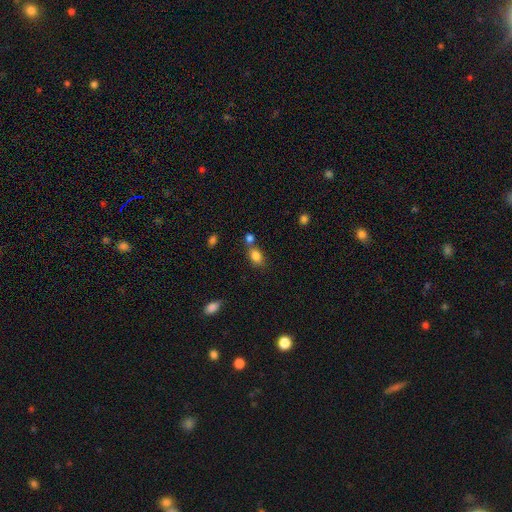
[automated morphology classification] smooth-or-featured: smooth: 83% | star or artifact: 10% | featured or disk: 7%
  how-rounded: in between: 79% | round: 19% | cigar-shaped: 2%
  merging: none: 55% | merger: 27% | minor disturbance: 13% | major disturbance: 4%